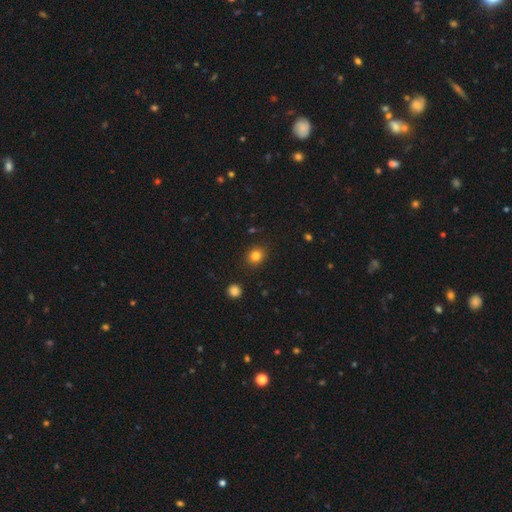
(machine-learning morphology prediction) Q: Smooth or featured?
A: smooth (83%); runner-up: star or artifact (12%)
Q: How rounded?
A: round (78%); runner-up: in between (21%)
Q: Merging?
A: none (89%); runner-up: minor disturbance (7%)